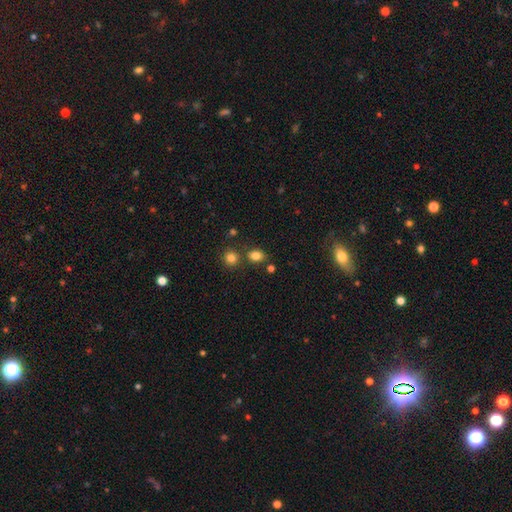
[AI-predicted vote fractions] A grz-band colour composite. It shows a smooth galaxy with no disk features (82%) that is in between round and cigar-shaped (63%). Merging: none (73%).